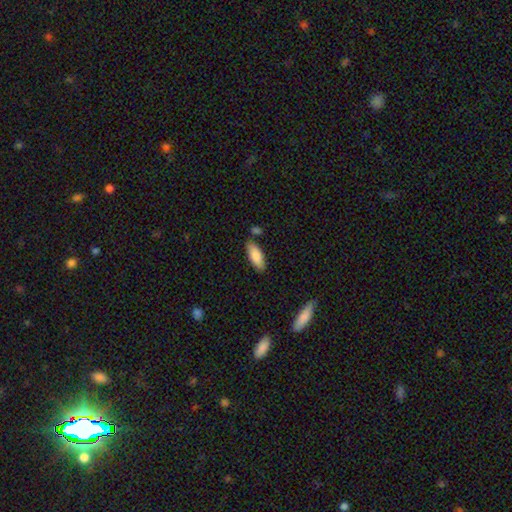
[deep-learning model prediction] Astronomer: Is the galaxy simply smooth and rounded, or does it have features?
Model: smooth — 85%.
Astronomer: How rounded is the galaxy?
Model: in between — 76%.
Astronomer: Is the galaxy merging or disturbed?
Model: none — 78%.